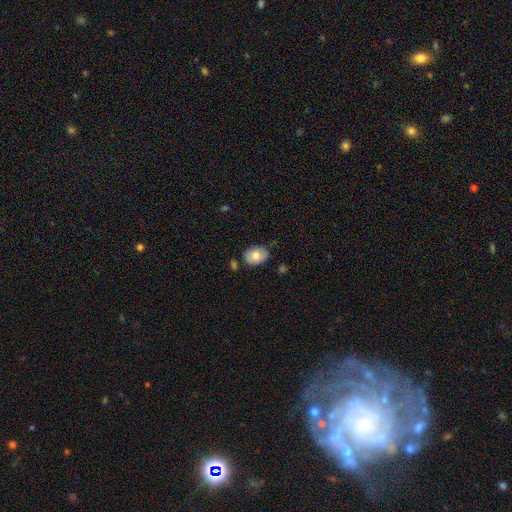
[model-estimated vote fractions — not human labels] Smooth or featured?
  - smooth: 74% *
  - featured or disk: 19%
  - star or artifact: 7%
How rounded?
  - in between: 72% *
  - round: 27%
  - cigar-shaped: 1%
Merging?
  - none: 79% *
  - minor disturbance: 15%
  - merger: 3%
  - major disturbance: 3%